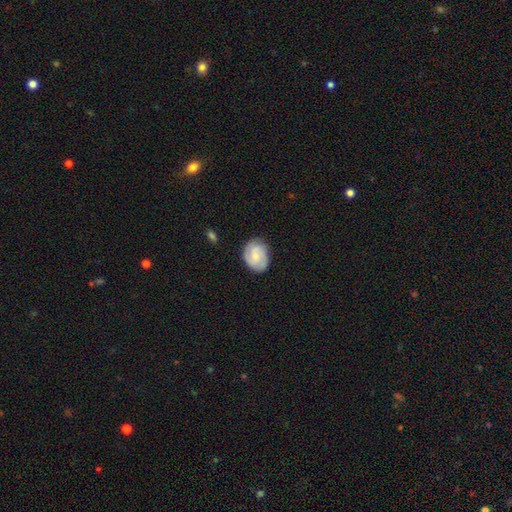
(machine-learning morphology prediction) smooth_or_featured: featured or disk (p=0.55) [alt: smooth p=0.39]
disk_edge_on: no (p=0.97) [alt: yes p=0.03]
bar: no (p=0.60) [alt: weak p=0.35]
has_spiral_arms: yes (p=0.90) [alt: no p=0.10]
bulge_size: small (p=0.58) [alt: moderate p=0.33]
merging: none (p=0.79) [alt: minor disturbance p=0.16]